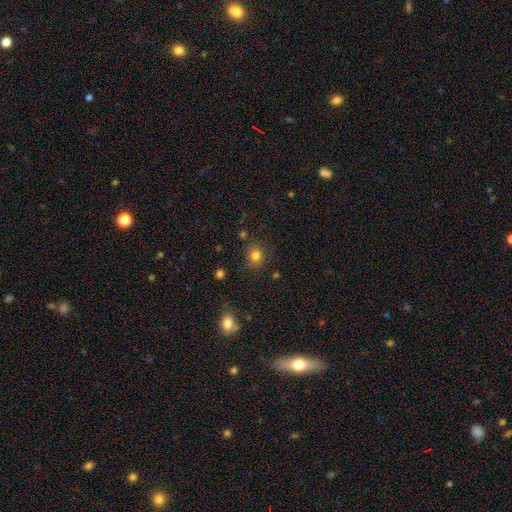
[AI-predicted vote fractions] The model was most divided on "how rounded": round: 78%, in between: 21%, cigar-shaped: 1%. More confident: merging — none (82%); smooth or featured — smooth (80%).